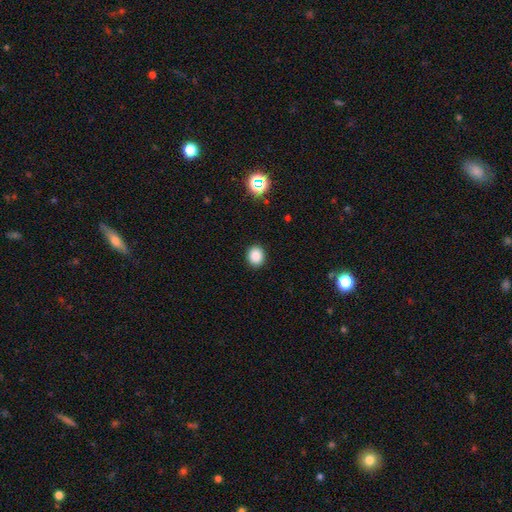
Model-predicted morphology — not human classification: smooth_or_featured: smooth (p=0.86) [alt: star or artifact p=0.11]
how_rounded: round (p=0.73) [alt: in between p=0.26]
merging: none (p=0.91) [alt: minor disturbance p=0.06]